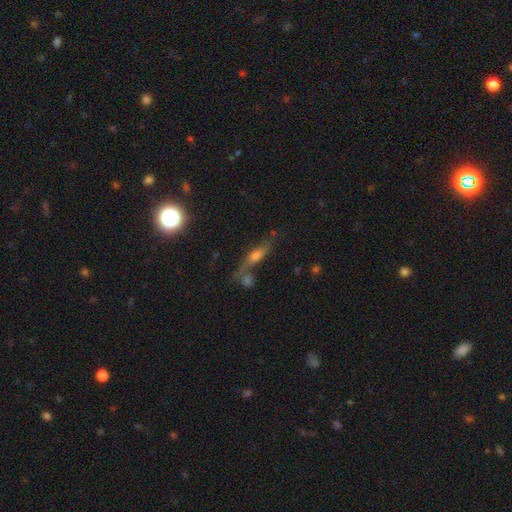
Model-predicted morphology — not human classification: Overall: featured or disk (45%; smooth 34%). Merging: none (51%; merger 26%).